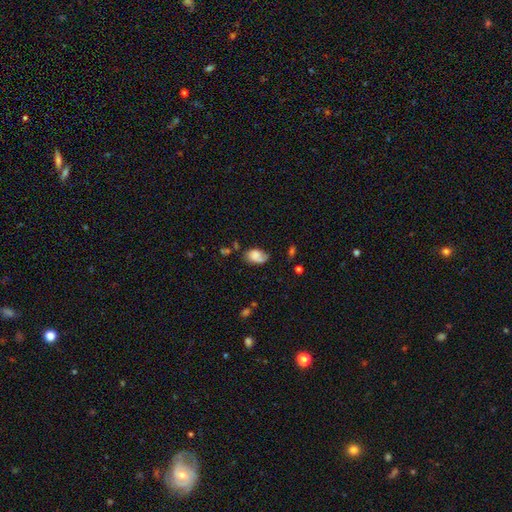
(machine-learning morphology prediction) A smooth galaxy with no disk features (67%) that is in between round and cigar-shaped (86%).

Vote fractions:
- Smooth or featured? smooth: 67% / featured or disk: 24% / star or artifact: 9%
- How rounded? in between: 86% / round: 13% / cigar-shaped: 2%
- Merging? none: 46% / minor disturbance: 30% / major disturbance: 17% / merger: 7%